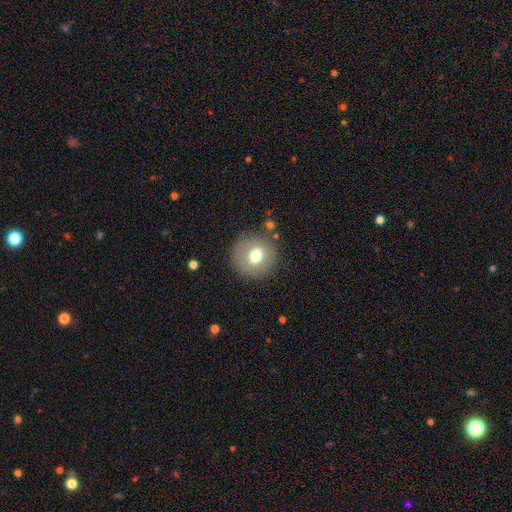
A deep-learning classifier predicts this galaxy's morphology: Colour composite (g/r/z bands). It shows a smooth galaxy with no disk features (72%) that is round (93%). Merging: none (85%).